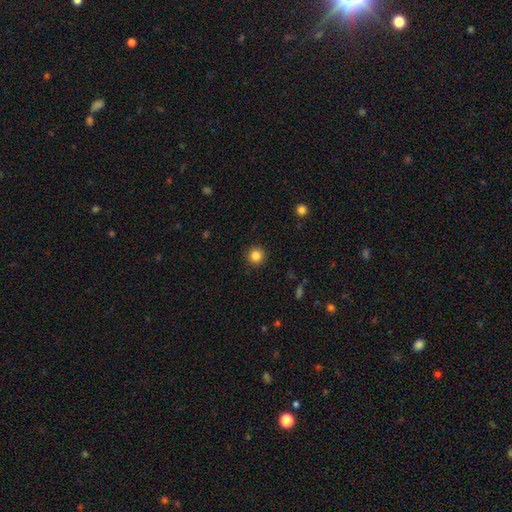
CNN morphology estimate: A smooth galaxy with no disk features (84%) that is round (95%).

Vote fractions:
- Smooth or featured? smooth: 84% / star or artifact: 12% / featured or disk: 5%
- How rounded? round: 95% / in between: 4% / cigar-shaped: 1%
- Merging? none: 92% / minor disturbance: 5% / major disturbance: 2% / merger: 1%